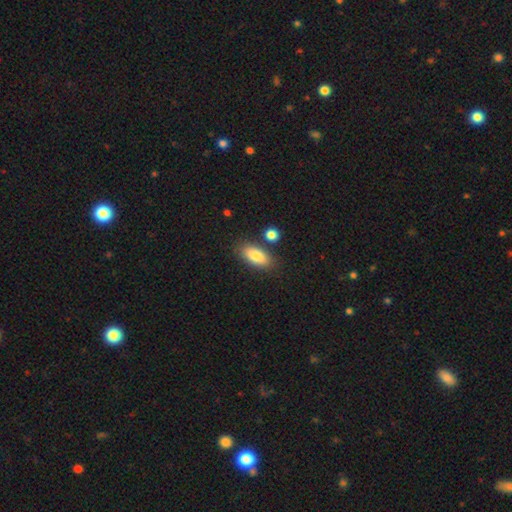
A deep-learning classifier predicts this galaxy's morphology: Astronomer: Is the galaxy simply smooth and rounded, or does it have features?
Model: smooth — 84%.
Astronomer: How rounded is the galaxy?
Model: in between — 86%.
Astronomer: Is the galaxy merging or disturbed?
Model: none — 79%.